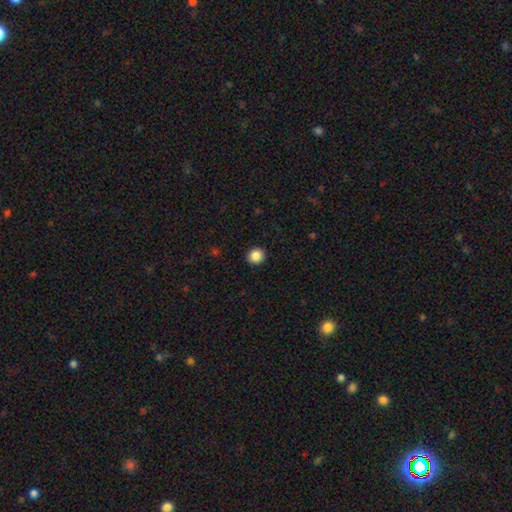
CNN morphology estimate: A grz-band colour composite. It shows a smooth galaxy with no disk features (88%) that is round (88%). Merging: none (92%).